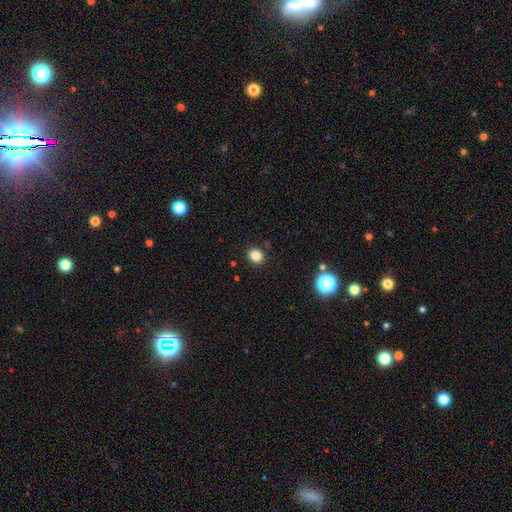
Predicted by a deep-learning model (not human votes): smooth 84%, star or artifact 12%, featured or disk 4%. Down the decision tree: how rounded — round (67%); merging — none (89%).